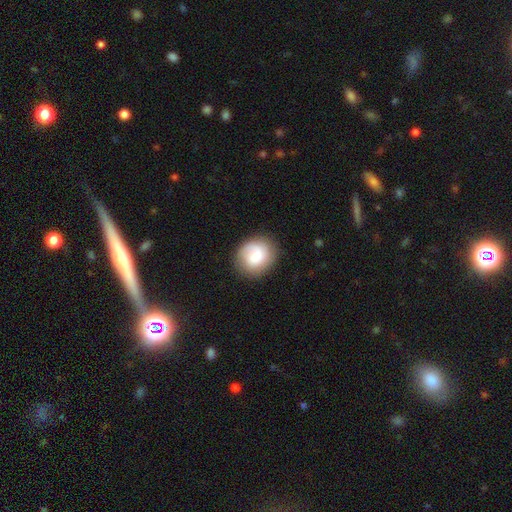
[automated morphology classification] smooth 64%, featured or disk 29%, star or artifact 8%. Down the decision tree: how rounded — round (76%); merging — none (80%).